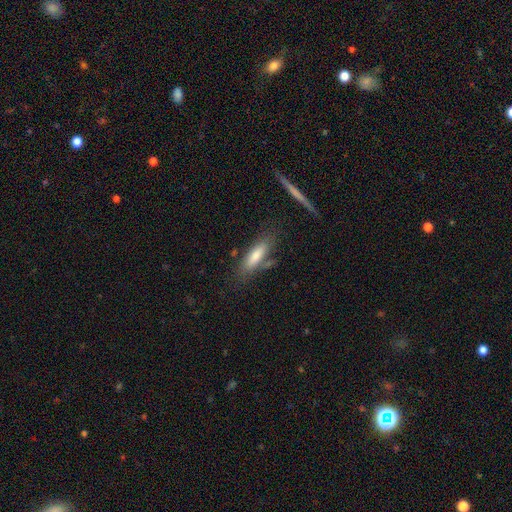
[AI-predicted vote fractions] smooth-or-featured: smooth: 64% | featured or disk: 26% | star or artifact: 9%
  how-rounded: cigar-shaped: 62% | in between: 36% | round: 2%
  merging: none: 72% | minor disturbance: 17% | merger: 7% | major disturbance: 5%